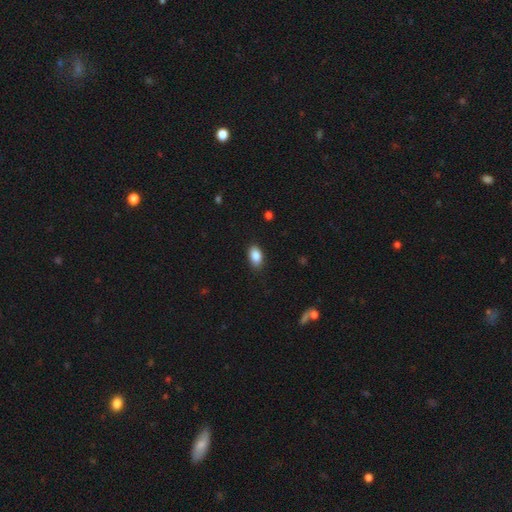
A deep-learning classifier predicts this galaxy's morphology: This is clearly a smooth galaxy (88%). How rounded: clearly in between (91%). Merging: clearly none (86%).